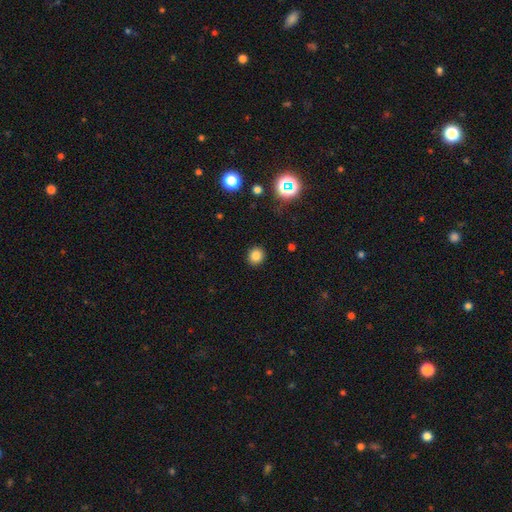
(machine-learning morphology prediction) Smooth or featured? smooth (83%)
How rounded? round (85%)
Merging? none (91%)